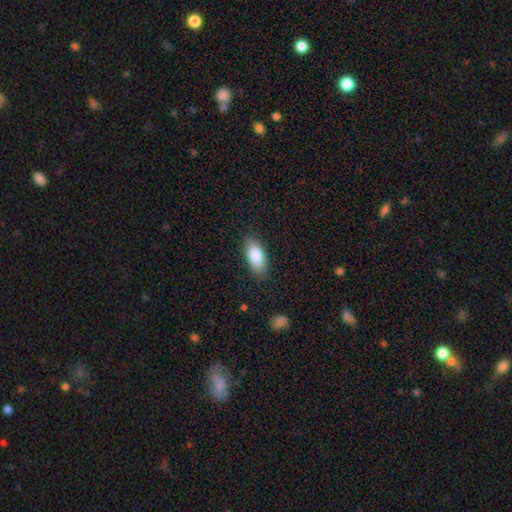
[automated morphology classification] smooth-or-featured: smooth: 84% | featured or disk: 10% | star or artifact: 6%
  how-rounded: in between: 88% | cigar-shaped: 10% | round: 2%
  merging: none: 86% | minor disturbance: 10% | major disturbance: 3% | merger: 1%